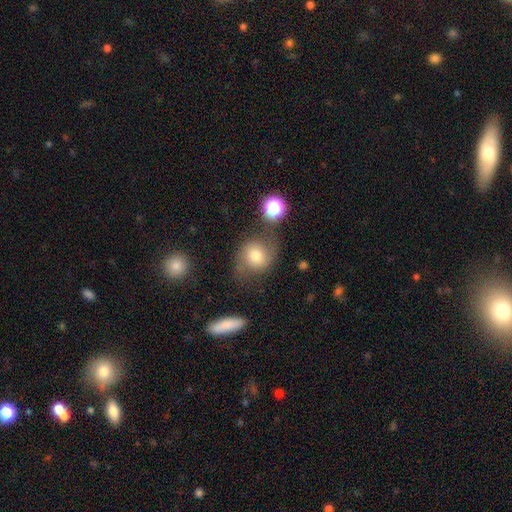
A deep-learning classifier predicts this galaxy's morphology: This appears to be a smooth galaxy with no disk features (60%) that is round (79%). Merging: none (61%).